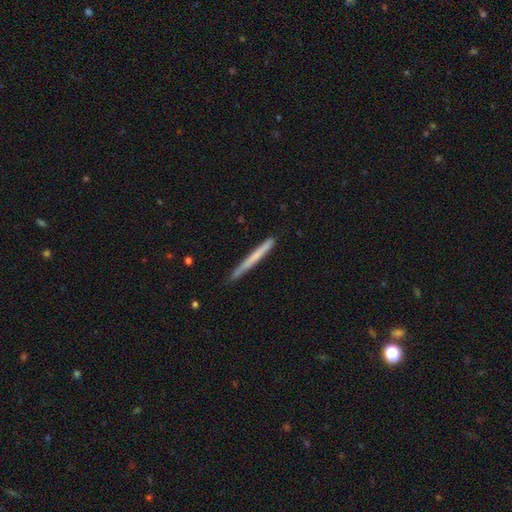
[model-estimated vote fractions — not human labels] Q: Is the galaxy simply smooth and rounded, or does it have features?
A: smooth — 60%.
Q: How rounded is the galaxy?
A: cigar-shaped — 97%.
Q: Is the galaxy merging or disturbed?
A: none — 85%.